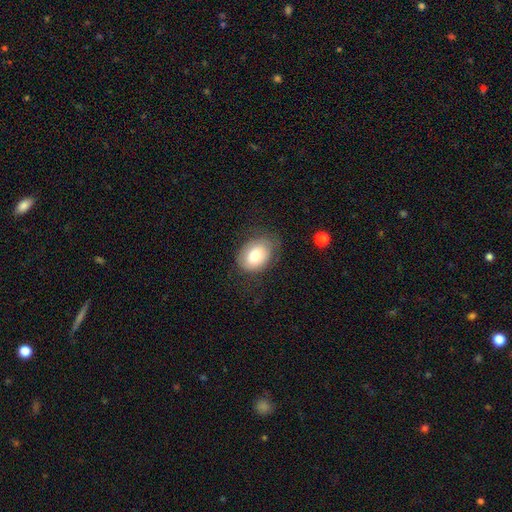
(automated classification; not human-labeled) Morphology: type=smooth (74%); roundness=in between (71%); merging=none (69%).